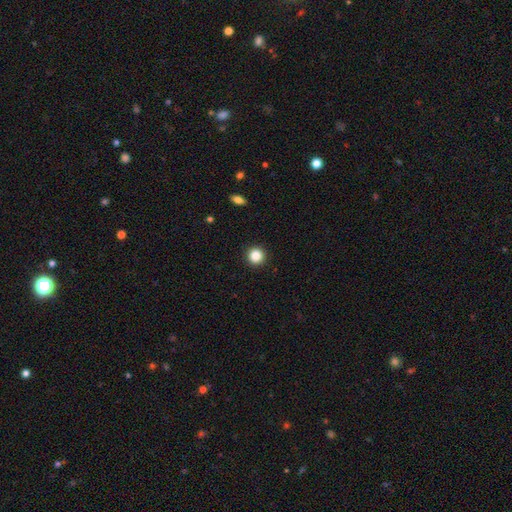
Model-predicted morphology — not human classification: Smooth or featured: smooth — 86% (star or artifact — 10%)
How rounded: round — 95% (in between — 4%)
Merging: none — 92% (minor disturbance — 5%)